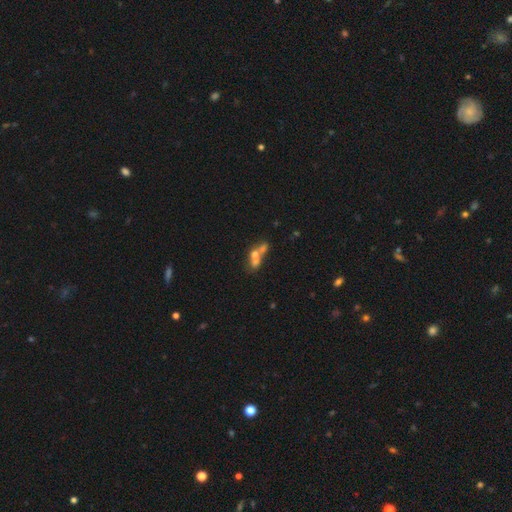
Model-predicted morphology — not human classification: A smooth galaxy with no disk features (51%) that is round (46%). Merging: merger (67%).